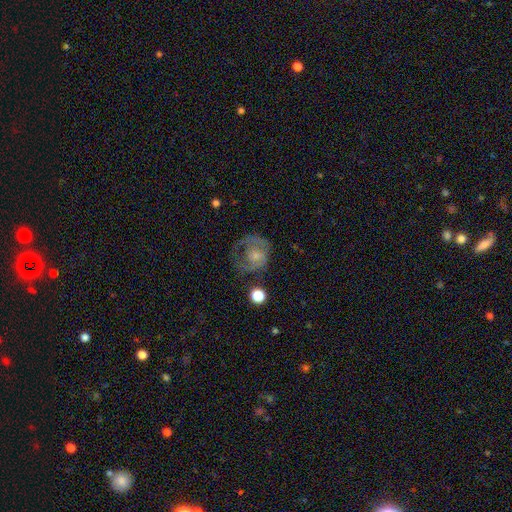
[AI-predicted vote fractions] smooth-or-featured: featured or disk: 59% | smooth: 30% | star or artifact: 11%
  disk-edge-on: no: 97% | yes: 3%
    bar: no: 74% | weak: 22% | strong: 4%
    has-spiral-arms: yes: 64% | no: 36%
    bulge-size: small: 46% | moderate: 39% | none: 10% | large: 4% | dominant: 1%
  merging: none: 52% | major disturbance: 25% | minor disturbance: 21% | merger: 3%